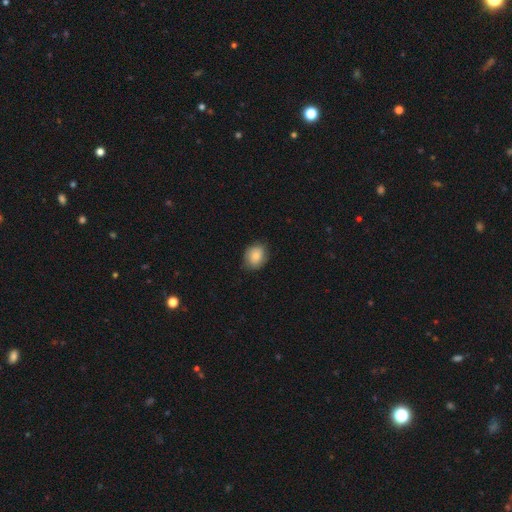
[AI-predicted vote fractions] This appears to be a smooth galaxy with no disk features (81%) that is round (57%). Merging: none (81%).